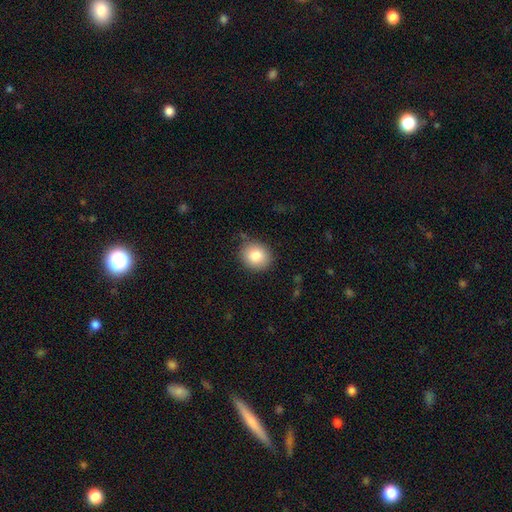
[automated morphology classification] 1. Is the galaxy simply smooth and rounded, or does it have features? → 82% smooth, 9% star or artifact, 8% featured or disk.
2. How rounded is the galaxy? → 76% round, 23% in between, 1% cigar-shaped.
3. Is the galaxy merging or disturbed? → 84% none, 12% minor disturbance, 3% major disturbance, 2% merger.